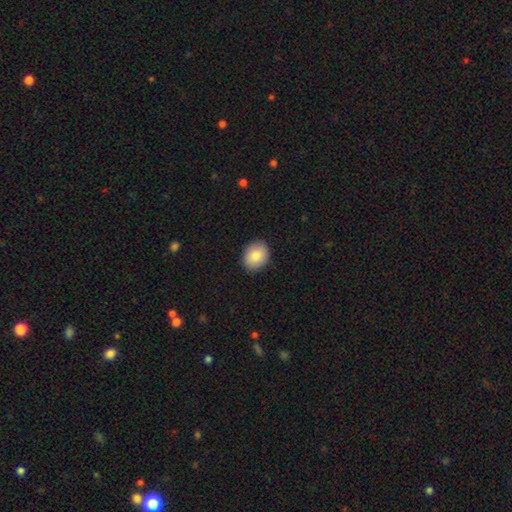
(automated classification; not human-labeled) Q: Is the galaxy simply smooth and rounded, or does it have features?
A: smooth — 83%.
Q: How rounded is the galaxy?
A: in between — 57%.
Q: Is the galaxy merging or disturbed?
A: none — 89%.